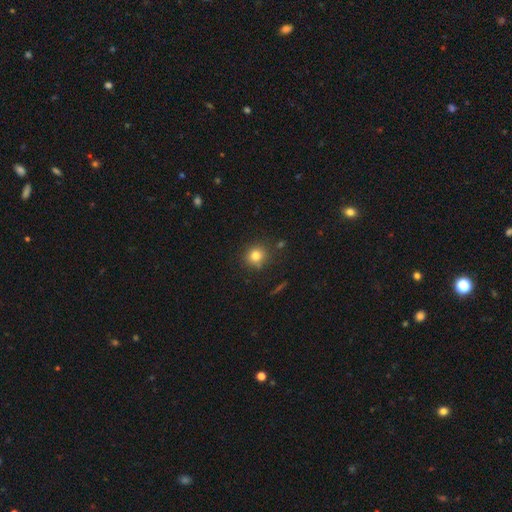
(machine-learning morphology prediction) Smooth or featured? Predicted: smooth (p=0.80). How rounded? Predicted: round (p=0.87). Merging? Predicted: none (p=0.84).